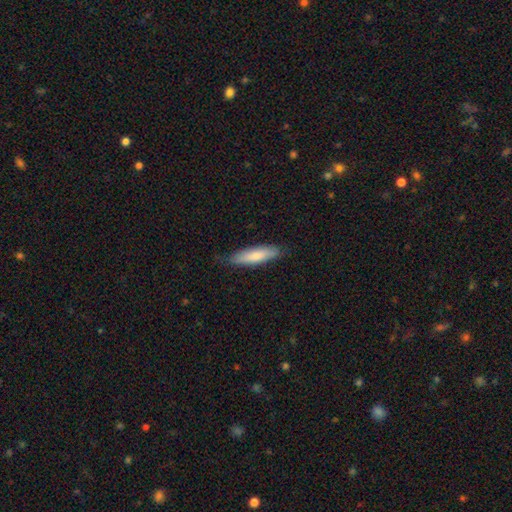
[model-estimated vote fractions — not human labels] Smooth or featured? smooth (79%)
How rounded? cigar-shaped (69%)
Merging? none (82%)